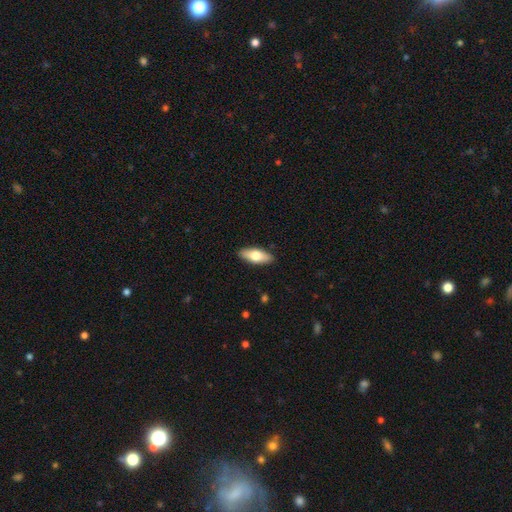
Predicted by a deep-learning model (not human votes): This is likely a smooth galaxy (68%). How rounded: likely in between (77%). Merging: clearly none (89%).